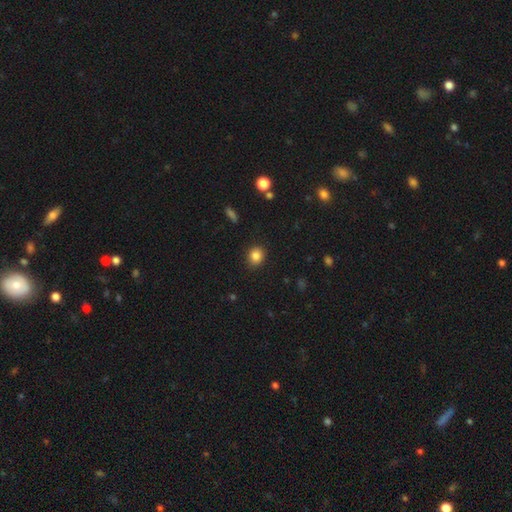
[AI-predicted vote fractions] This appears to be a smooth galaxy with no disk features (84%) that is round (67%). Merging: none (89%).